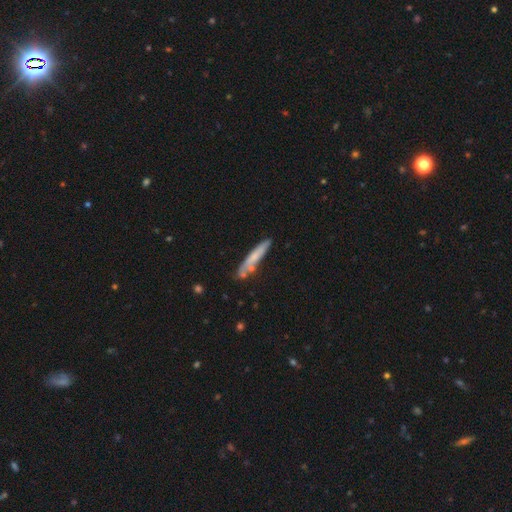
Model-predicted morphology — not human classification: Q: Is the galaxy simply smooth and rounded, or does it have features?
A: smooth — 64%.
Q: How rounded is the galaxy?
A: cigar-shaped — 91%.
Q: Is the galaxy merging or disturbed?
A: none — 69%.